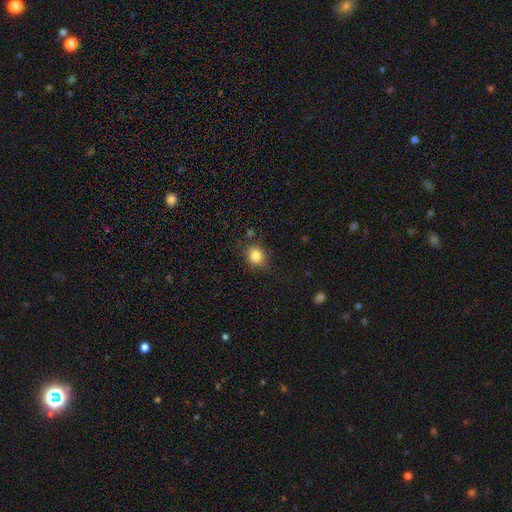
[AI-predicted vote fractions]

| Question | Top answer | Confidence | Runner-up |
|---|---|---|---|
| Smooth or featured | smooth | 83% | star or artifact (11%) |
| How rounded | round | 71% | in between (28%) |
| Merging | none | 78% | minor disturbance (15%) |